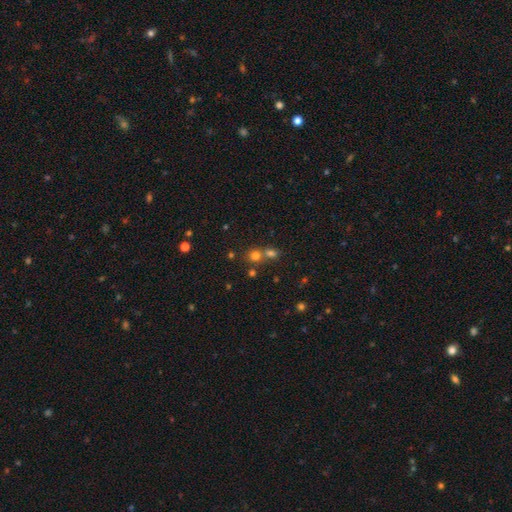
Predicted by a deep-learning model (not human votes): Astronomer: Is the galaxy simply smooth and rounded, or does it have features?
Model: smooth — 70%.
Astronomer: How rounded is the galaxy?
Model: round — 84%.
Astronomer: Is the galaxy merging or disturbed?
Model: none — 50% (runner-up: merger, 41%).